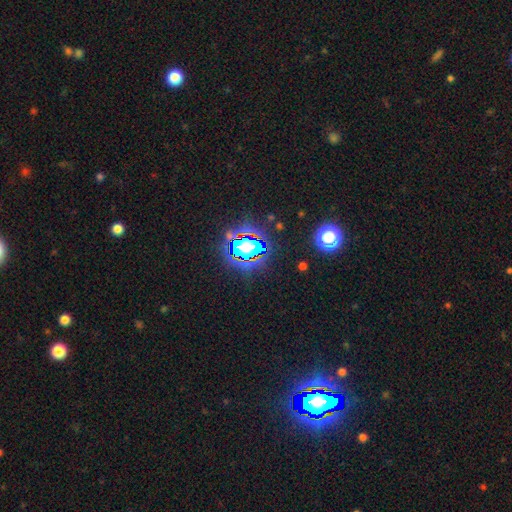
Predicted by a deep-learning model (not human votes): Q: Smooth or featured?
A: star or artifact (77%); runner-up: smooth (14%)